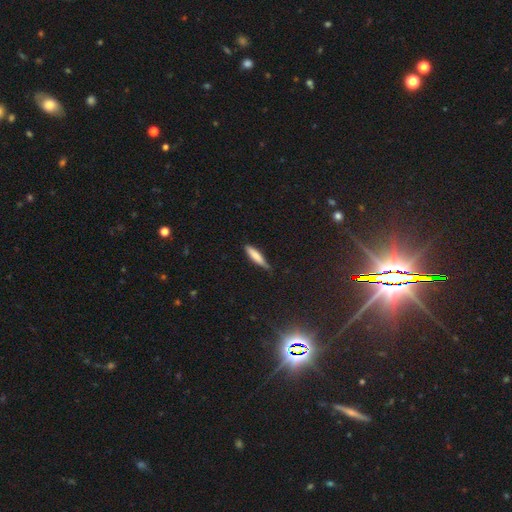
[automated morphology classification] Smooth or featured?
  - smooth: 75% *
  - featured or disk: 18%
  - star or artifact: 7%
How rounded?
  - cigar-shaped: 81% *
  - in between: 18%
  - round: 2%
Merging?
  - none: 71% *
  - minor disturbance: 23%
  - major disturbance: 4%
  - merger: 2%